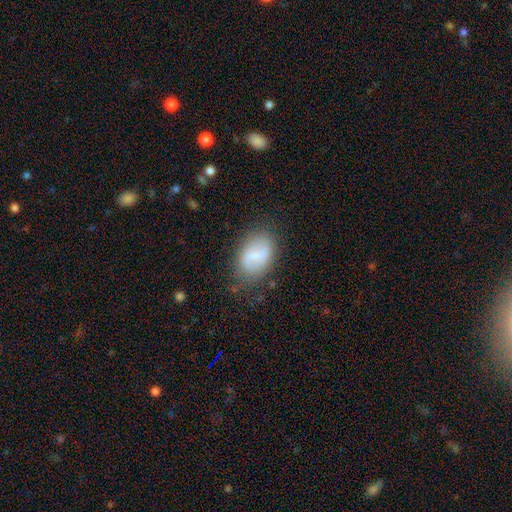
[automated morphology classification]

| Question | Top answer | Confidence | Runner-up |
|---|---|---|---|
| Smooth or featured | smooth | 49% | featured or disk (43%) |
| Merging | none | 71% | minor disturbance (20%) |